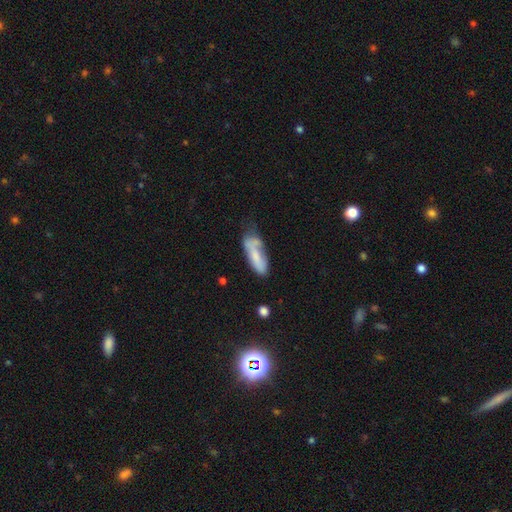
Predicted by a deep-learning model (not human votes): Smooth or featured? Predicted: smooth (p=0.64). How rounded? Predicted: in between (p=0.60). Merging? Predicted: none (p=0.36).